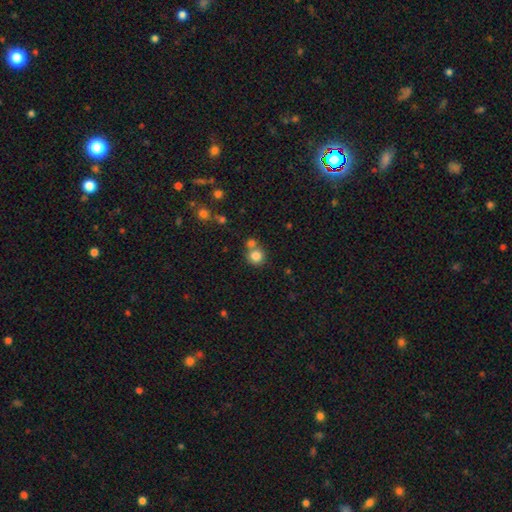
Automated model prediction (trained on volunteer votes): Smooth or featured?
  - smooth: 82% *
  - star or artifact: 11%
  - featured or disk: 7%
How rounded?
  - round: 92% *
  - in between: 7%
  - cigar-shaped: 1%
Merging?
  - none: 62% *
  - merger: 28%
  - minor disturbance: 7%
  - major disturbance: 3%